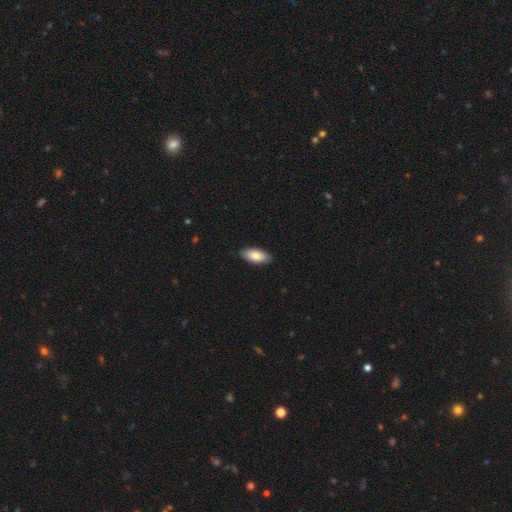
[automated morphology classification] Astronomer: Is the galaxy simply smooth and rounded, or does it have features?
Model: smooth — 84%.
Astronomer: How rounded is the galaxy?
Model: in between — 90%.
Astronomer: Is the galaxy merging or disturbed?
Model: none — 88%.